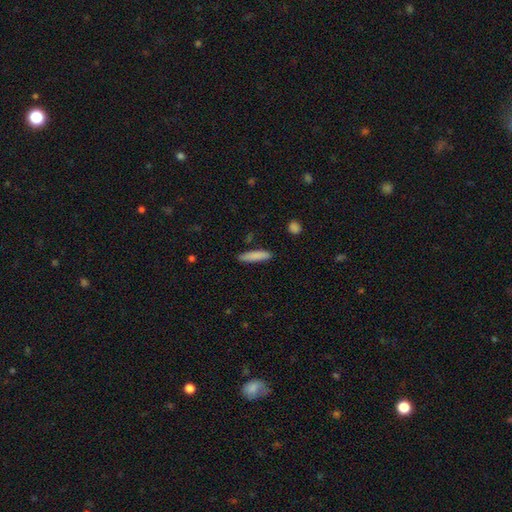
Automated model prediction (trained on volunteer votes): The model was most divided on "how rounded": cigar-shaped: 82%, in between: 16%, round: 1%. More confident: merging — none (87%); smooth or featured — smooth (84%).